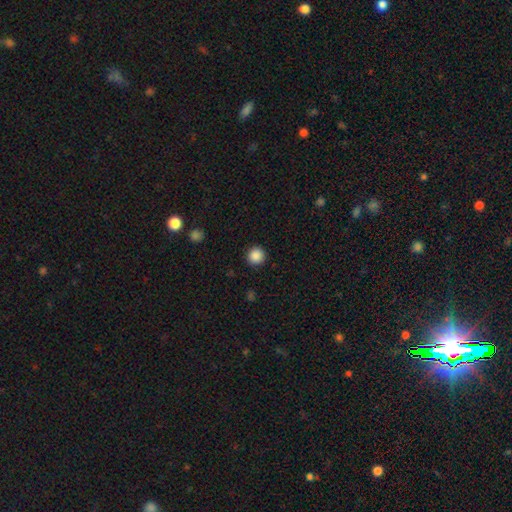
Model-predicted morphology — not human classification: A smooth galaxy with no disk features (88%) that is round (95%).

Vote fractions:
- Smooth or featured? smooth: 88% / star or artifact: 10% / featured or disk: 3%
- How rounded? round: 95% / in between: 4% / cigar-shaped: 1%
- Merging? none: 92% / minor disturbance: 5% / major disturbance: 2% / merger: 1%